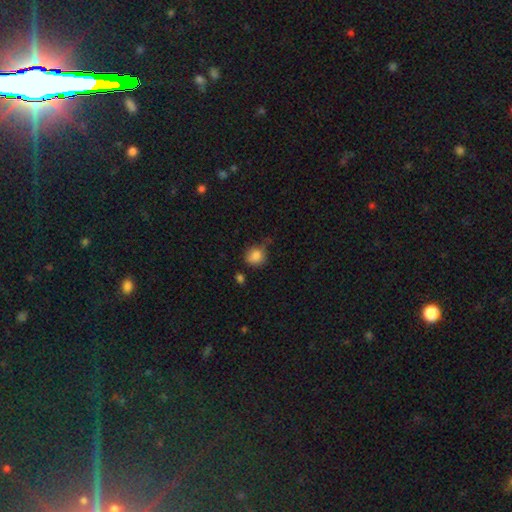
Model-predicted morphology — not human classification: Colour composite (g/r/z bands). It shows a smooth galaxy with no disk features (85%) that is round (79%). Merging: none (62%).